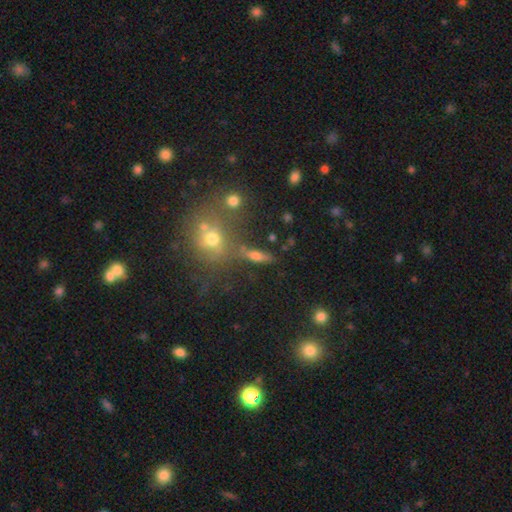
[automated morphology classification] Smooth or featured? Predicted: smooth (p=0.56). How rounded? Predicted: cigar-shaped (p=0.46). Merging? Predicted: none (p=0.67).